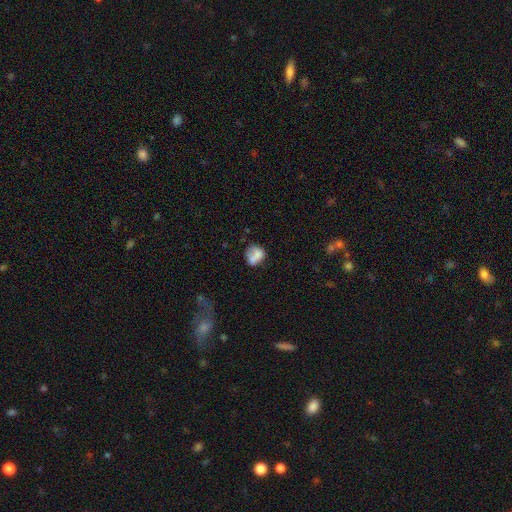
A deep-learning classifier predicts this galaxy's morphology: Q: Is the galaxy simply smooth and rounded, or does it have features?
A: smooth — 68%.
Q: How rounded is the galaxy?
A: round — 56%.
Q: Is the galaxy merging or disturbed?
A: none — 41%.